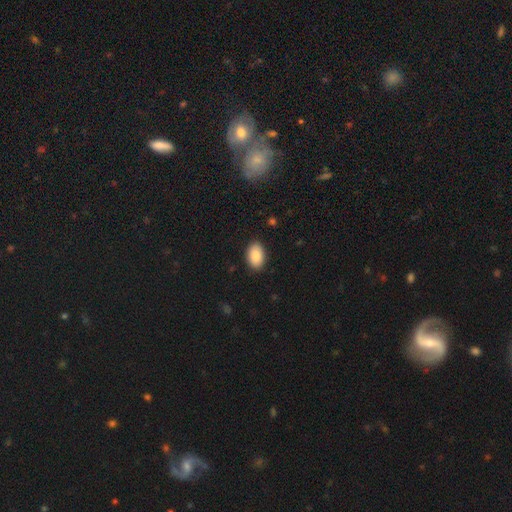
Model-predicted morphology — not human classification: This appears to be a smooth galaxy with no disk features (88%) that is in between round and cigar-shaped (90%). Merging: none (89%).